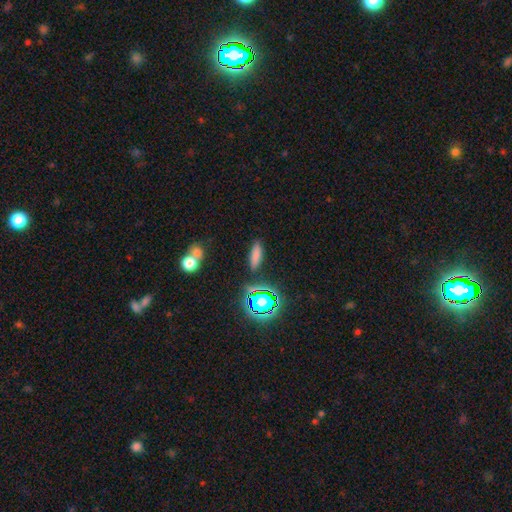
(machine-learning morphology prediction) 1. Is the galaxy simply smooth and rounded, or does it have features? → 73% smooth, 18% star or artifact, 9% featured or disk.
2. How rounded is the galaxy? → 50% cigar-shaped, 46% in between, 4% round.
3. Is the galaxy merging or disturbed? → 84% none, 10% minor disturbance, 4% merger, 3% major disturbance.